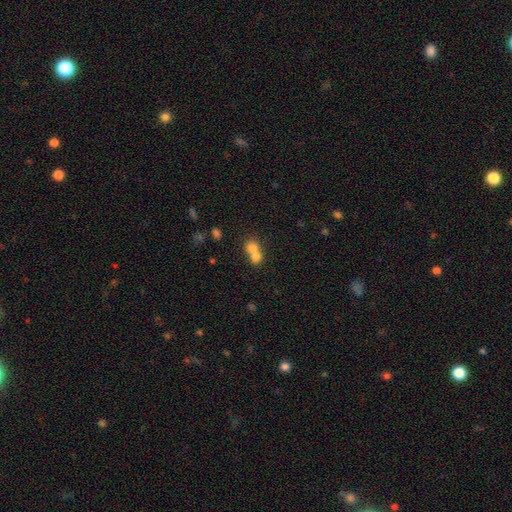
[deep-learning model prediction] smooth-or-featured: smooth: 73% | featured or disk: 15% | star or artifact: 11%
  how-rounded: round: 68% | in between: 30% | cigar-shaped: 1%
  merging: merger: 69% | none: 24% | minor disturbance: 5% | major disturbance: 3%